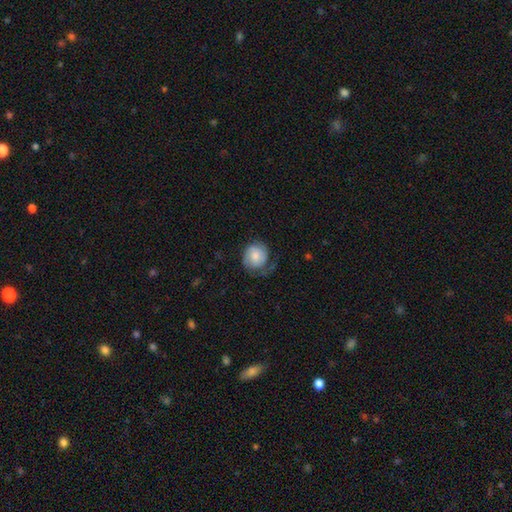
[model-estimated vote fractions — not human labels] smooth-or-featured: smooth: 52% | featured or disk: 41% | star or artifact: 7%
  how-rounded: round: 79% | in between: 20% | cigar-shaped: 1%
  merging: none: 52% | minor disturbance: 27% | major disturbance: 20% | merger: 2%